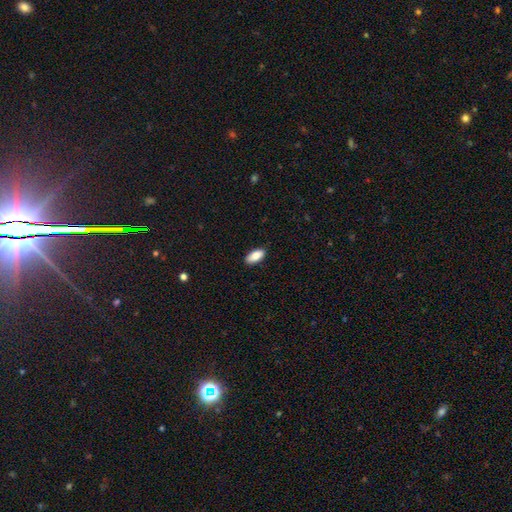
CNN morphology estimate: Q: Smooth or featured?
A: smooth (86%); runner-up: featured or disk (8%)
Q: How rounded?
A: in between (90%); runner-up: cigar-shaped (7%)
Q: Merging?
A: none (88%); runner-up: minor disturbance (9%)